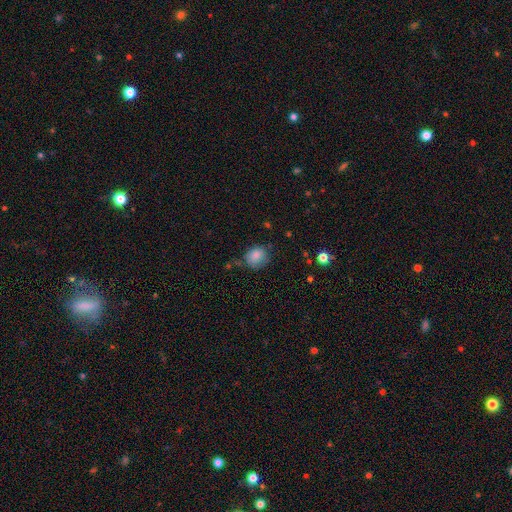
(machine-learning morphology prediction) type=smooth (83%); roundness=round (68%); merging=none (63%).